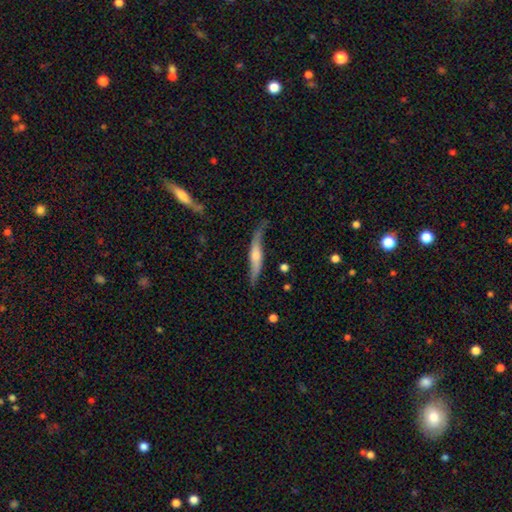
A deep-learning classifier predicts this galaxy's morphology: Smooth or featured?
  - featured or disk: 59% *
  - smooth: 36%
  - star or artifact: 5%
Edge-on disk?
  - yes: 75% *
  - no: 25%
Merging?
  - none: 59% *
  - minor disturbance: 28%
  - major disturbance: 10%
  - merger: 3%